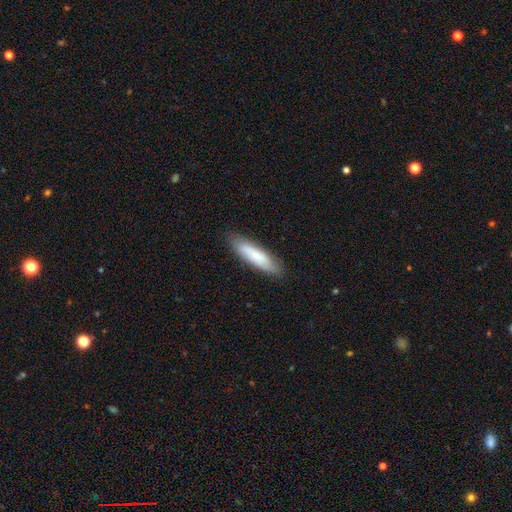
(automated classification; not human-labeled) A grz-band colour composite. It shows a smooth galaxy with no disk features (72%) that is cigar-shaped (68%). Merging: none (85%).